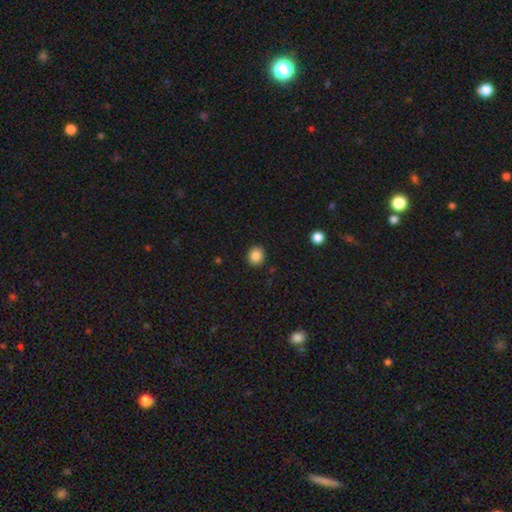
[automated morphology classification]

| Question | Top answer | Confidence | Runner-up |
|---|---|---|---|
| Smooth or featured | smooth | 86% | star or artifact (10%) |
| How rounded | round | 82% | in between (17%) |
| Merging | none | 91% | minor disturbance (6%) |